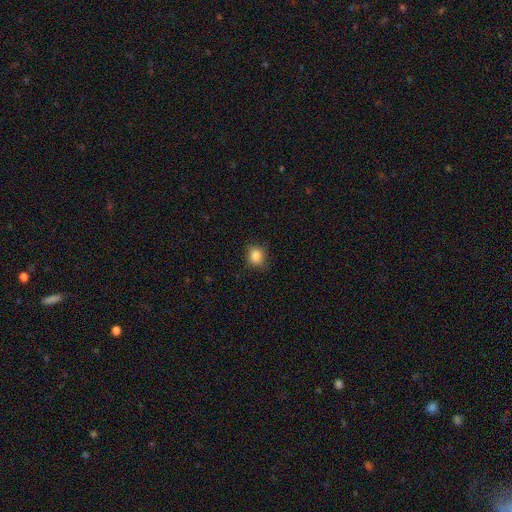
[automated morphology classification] This appears to be a smooth galaxy with no disk features (84%) that is round (75%). Merging: none (78%).